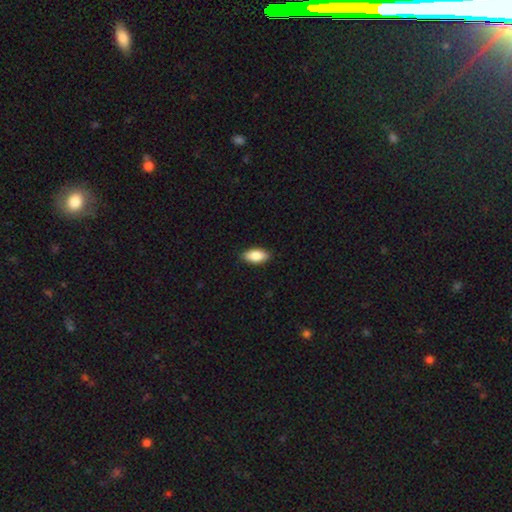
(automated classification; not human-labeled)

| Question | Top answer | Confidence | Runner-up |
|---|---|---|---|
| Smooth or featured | smooth | 87% | featured or disk (7%) |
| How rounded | in between | 90% | cigar-shaped (7%) |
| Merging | none | 87% | minor disturbance (10%) |